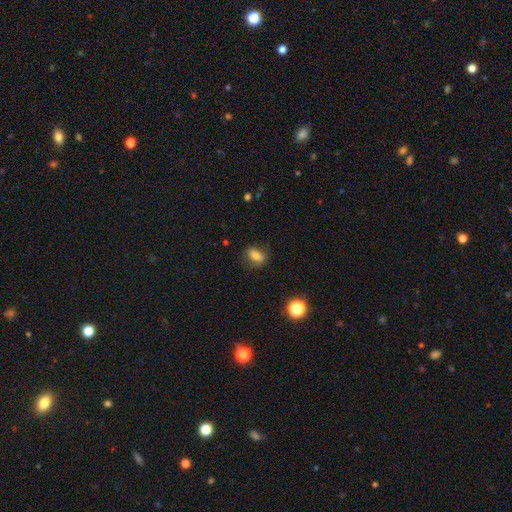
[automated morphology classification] smooth 74%, featured or disk 14%, star or artifact 12%. Down the decision tree: how rounded — in between (77%); merging — none (76%).